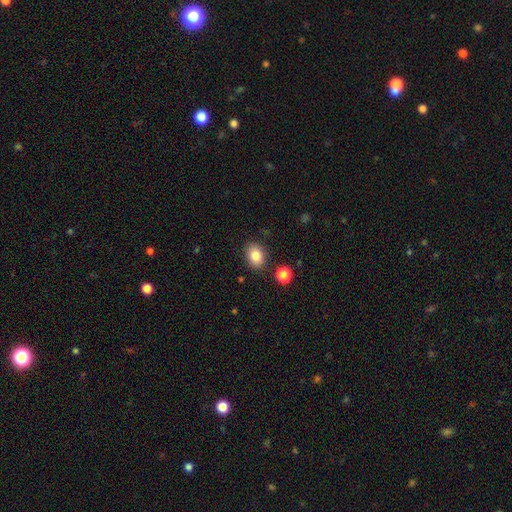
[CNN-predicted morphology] This is clearly a smooth galaxy (84%). How rounded: likely in between (64%). Merging: clearly none (85%).